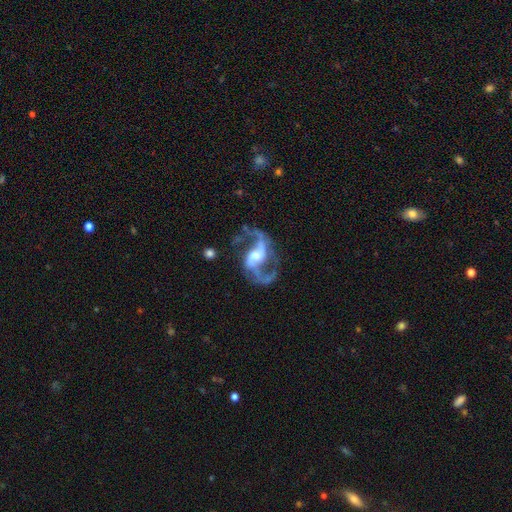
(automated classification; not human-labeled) Morphology: type=featured or disk (92%); edge-on=no (98%); bar=weak (46%); spiral arms=yes (97%); winding=loose (53%); arm count=2 (92%); bulge=moderate (37%); merging=none (66%).